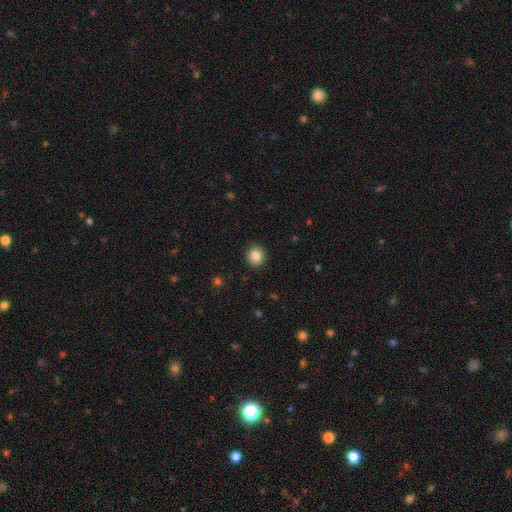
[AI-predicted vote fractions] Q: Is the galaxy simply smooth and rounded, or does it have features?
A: smooth — 84%.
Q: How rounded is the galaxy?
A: round — 88%.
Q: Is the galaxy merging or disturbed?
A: none — 92%.